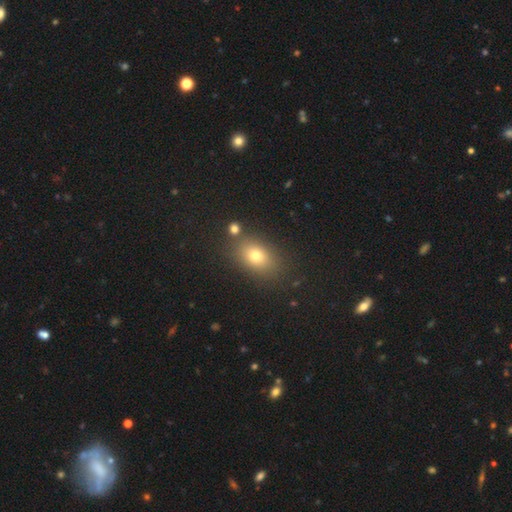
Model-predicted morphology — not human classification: smooth_or_featured: smooth (p=0.73) [alt: star or artifact p=0.16]
how_rounded: in between (p=0.74) [alt: round p=0.24]
merging: none (p=0.81) [alt: minor disturbance p=0.10]